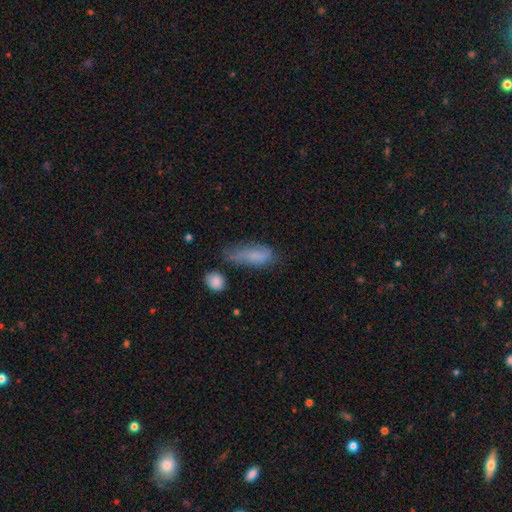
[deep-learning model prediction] smooth 72%, featured or disk 19%, star or artifact 9%. Down the decision tree: how rounded — in between (75%); merging — none (40%).